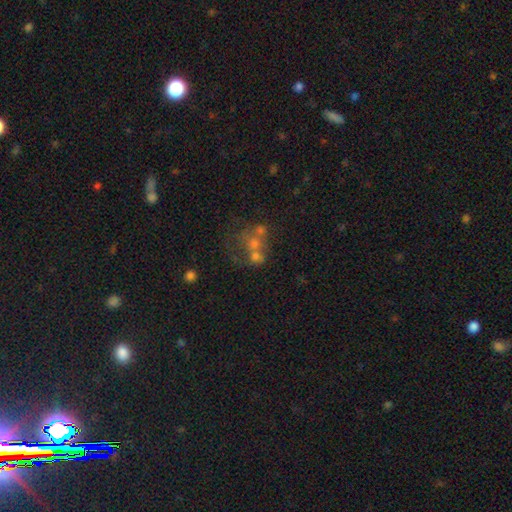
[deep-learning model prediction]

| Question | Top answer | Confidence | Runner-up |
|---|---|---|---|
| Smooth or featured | smooth | 48% | featured or disk (33%) |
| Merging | merger | 52% | none (26%) |